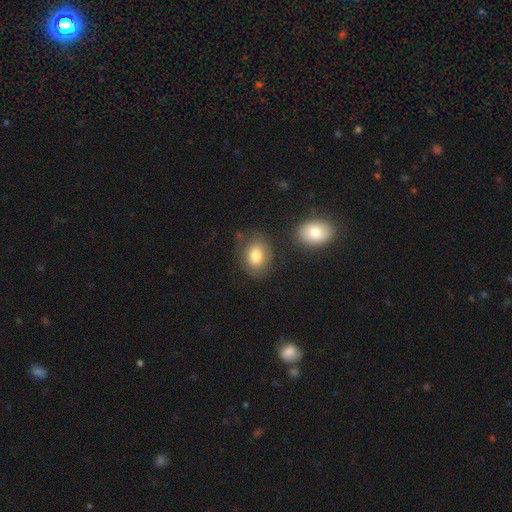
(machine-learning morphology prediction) type=smooth (80%); roundness=in between (59%); merging=none (71%).